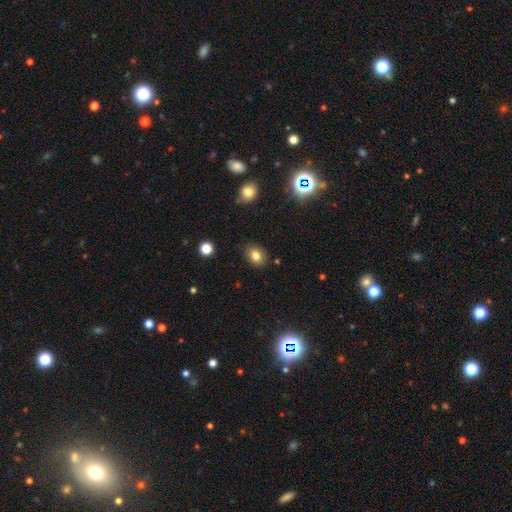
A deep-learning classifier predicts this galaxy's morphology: Q: Smooth or featured?
A: smooth (81%); runner-up: star or artifact (11%)
Q: How rounded?
A: in between (60%); runner-up: round (39%)
Q: Merging?
A: none (86%); runner-up: minor disturbance (10%)